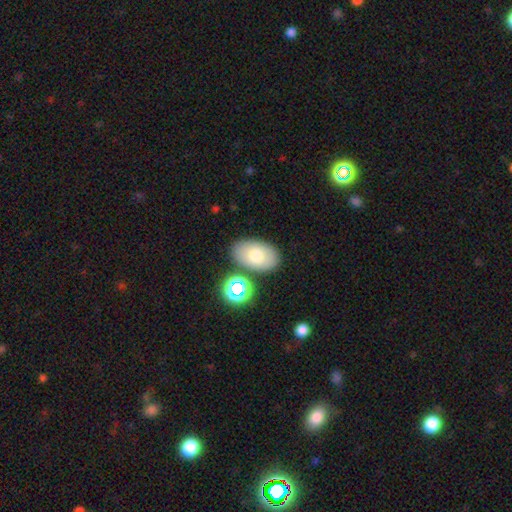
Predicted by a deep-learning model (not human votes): The model was most divided on "smooth or featured": smooth: 74%, featured or disk: 16%, star or artifact: 10%. More confident: how rounded — in between (92%); merging — none (80%).